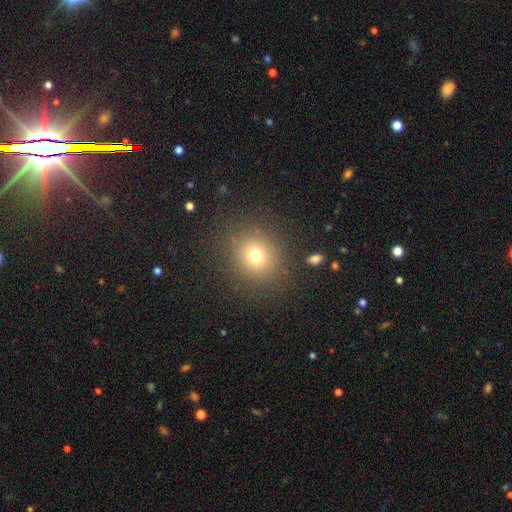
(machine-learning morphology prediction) The model was most divided on "smooth or featured": smooth: 72%, star or artifact: 17%, featured or disk: 10%. More confident: merging — none (86%); how rounded — round (81%).